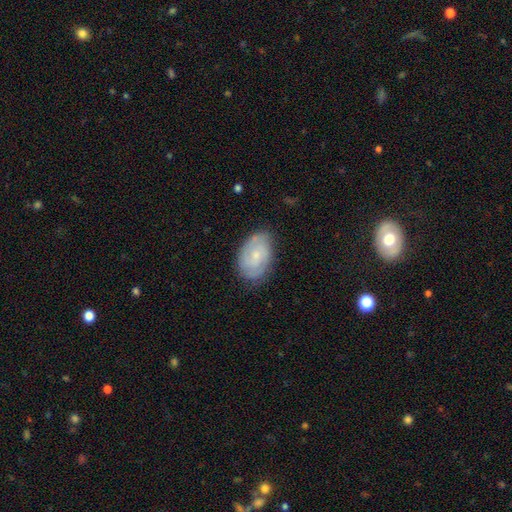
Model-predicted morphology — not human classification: Smooth or featured? Predicted: featured or disk (p=0.56). Edge-on disk? Predicted: no (p=0.96). Bar? Predicted: no (p=0.68). Spiral arms? Predicted: yes (p=0.84). Bulge size? Predicted: small (p=0.64). Merging? Predicted: none (p=0.74).